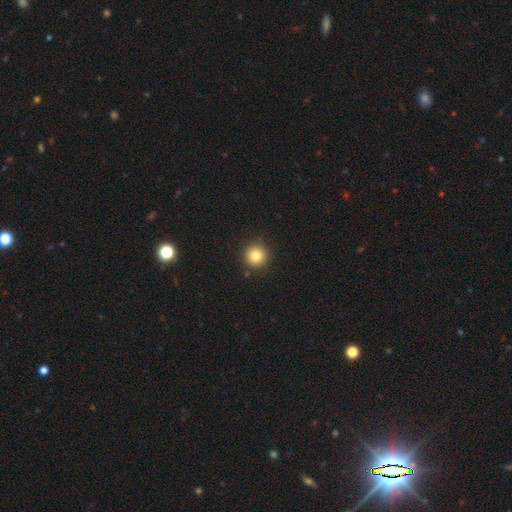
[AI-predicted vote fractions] Overall: smooth (82%). How rounded: round (95%). Merging: none (90%).